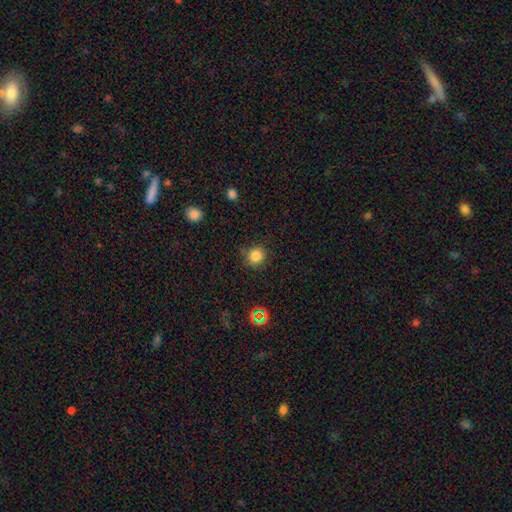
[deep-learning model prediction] A smooth galaxy with no disk features (81%) that is round (91%). Merging: none (85%).